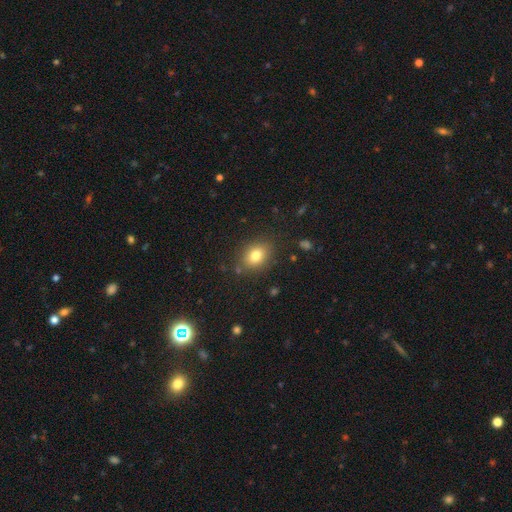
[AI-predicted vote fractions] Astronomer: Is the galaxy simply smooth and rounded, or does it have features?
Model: smooth — 79%.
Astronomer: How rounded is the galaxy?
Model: in between — 59% (runner-up: round, 40%).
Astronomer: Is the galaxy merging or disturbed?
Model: none — 83%.